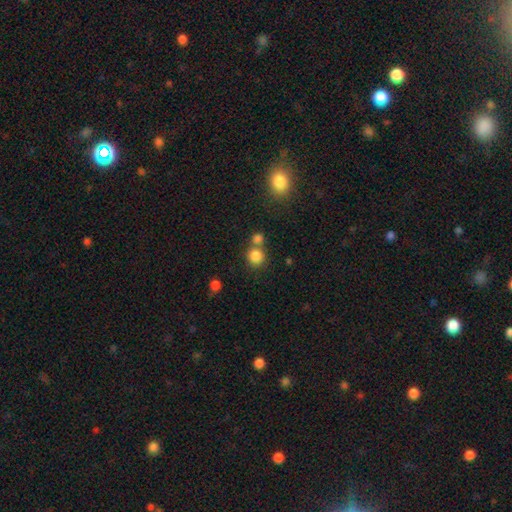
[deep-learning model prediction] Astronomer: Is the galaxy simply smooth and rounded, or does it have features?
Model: smooth — 83%.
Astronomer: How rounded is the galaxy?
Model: round — 88%.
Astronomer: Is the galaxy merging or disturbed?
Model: none — 60%.